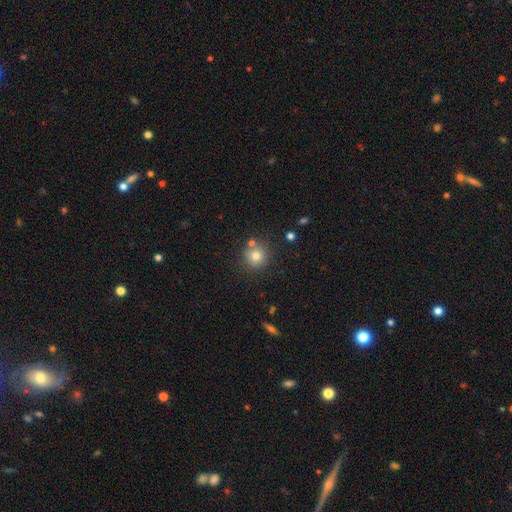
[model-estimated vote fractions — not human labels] smooth-or-featured: smooth: 76% | star or artifact: 14% | featured or disk: 10%
  how-rounded: round: 92% | in between: 7% | cigar-shaped: 1%
  merging: none: 78% | merger: 10% | minor disturbance: 9% | major disturbance: 3%